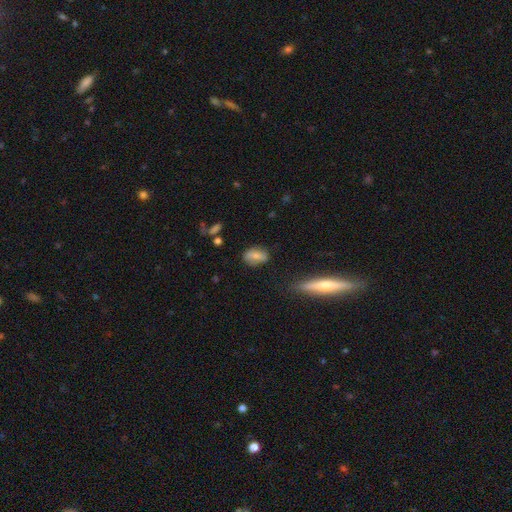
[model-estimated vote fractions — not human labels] Smooth or featured? Predicted: smooth (p=0.64). How rounded? Predicted: in between (p=0.81). Merging? Predicted: none (p=0.75).